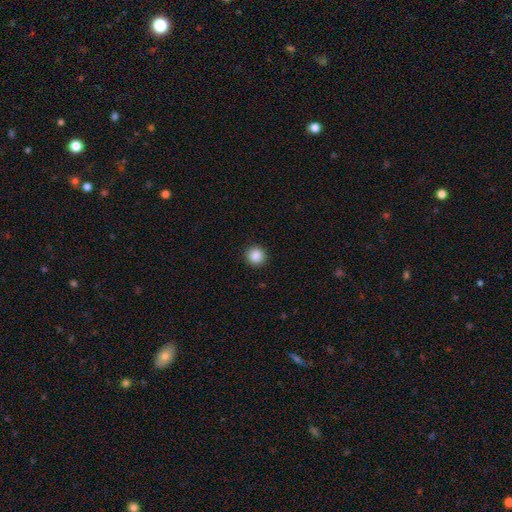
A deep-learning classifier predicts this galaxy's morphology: smooth 87%, star or artifact 10%, featured or disk 3%. Down the decision tree: how rounded — round (94%); merging — none (92%).